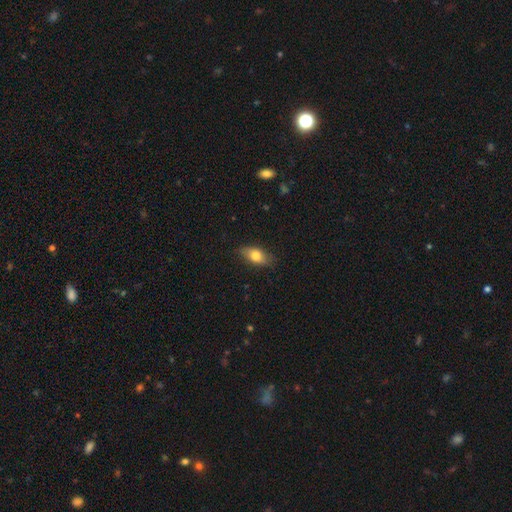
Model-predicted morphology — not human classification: Smooth or featured?
  - smooth: 75% *
  - featured or disk: 18%
  - star or artifact: 7%
How rounded?
  - in between: 84% *
  - cigar-shaped: 9%
  - round: 7%
Merging?
  - none: 80% *
  - minor disturbance: 16%
  - major disturbance: 3%
  - merger: 1%